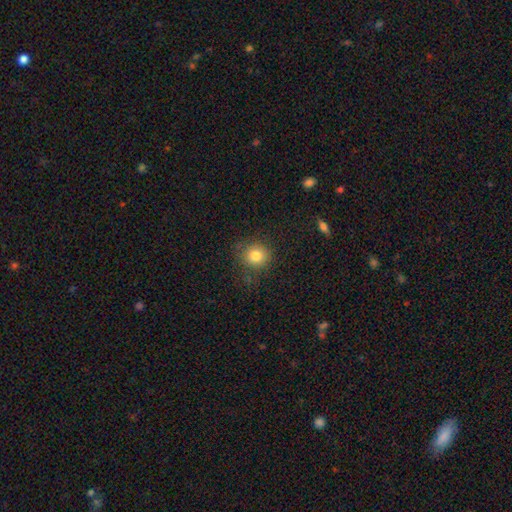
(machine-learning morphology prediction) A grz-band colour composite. It shows a smooth galaxy with no disk features (81%) that is round (87%). Merging: none (83%).